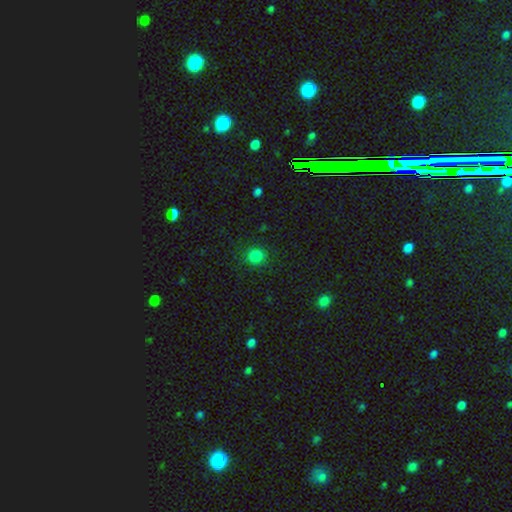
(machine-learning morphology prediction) This is clearly a smooth galaxy (84%). How rounded: clearly round (84%). Merging: clearly none (87%).